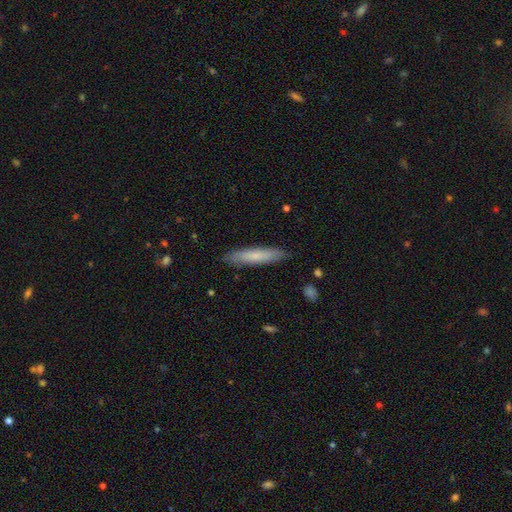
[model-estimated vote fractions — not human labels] A smooth galaxy with no disk features (72%) that is cigar-shaped (87%). Merging: none (87%).